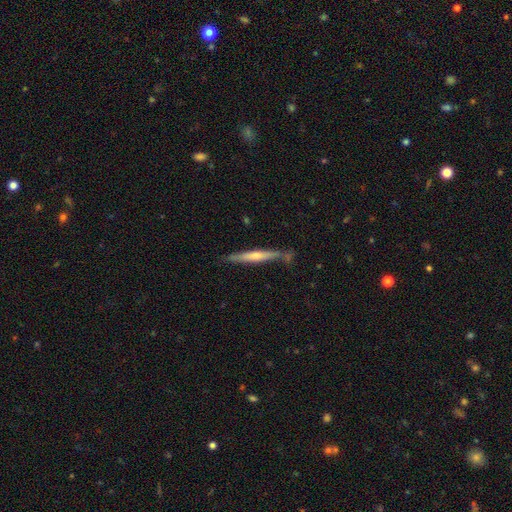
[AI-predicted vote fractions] The model was most divided on "edge-on bulge": rounded: 65%, none: 26%, boxy: 9%. More confident: edge-on disk — yes (97%); merging — none (81%); smooth or featured — featured or disk (67%).